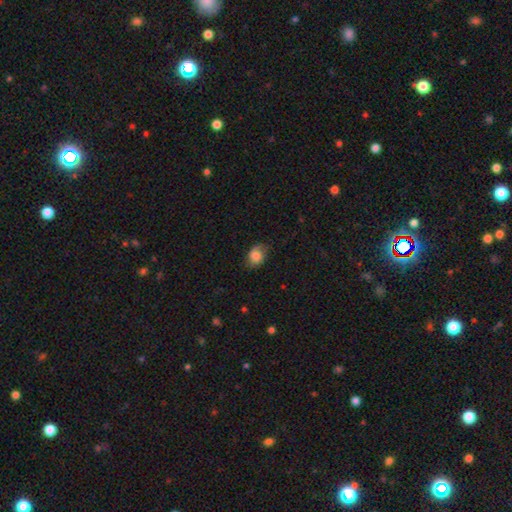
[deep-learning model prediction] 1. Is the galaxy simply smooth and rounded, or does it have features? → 80% smooth, 12% featured or disk, 8% star or artifact.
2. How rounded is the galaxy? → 69% in between, 30% round, 1% cigar-shaped.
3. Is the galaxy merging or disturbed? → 68% none, 25% minor disturbance, 6% major disturbance, 1% merger.